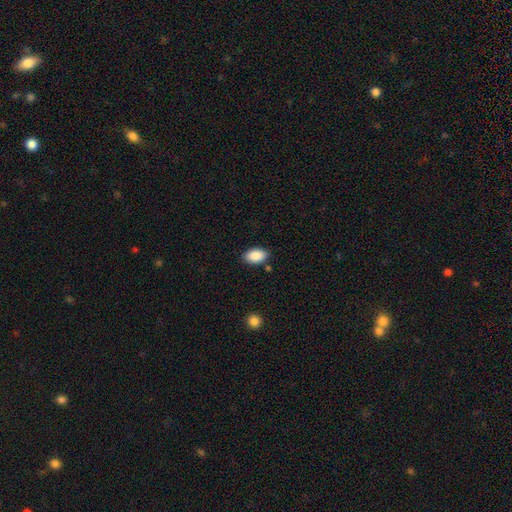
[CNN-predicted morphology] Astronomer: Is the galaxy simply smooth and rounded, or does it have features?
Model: smooth — 89%.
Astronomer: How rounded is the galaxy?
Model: in between — 92%.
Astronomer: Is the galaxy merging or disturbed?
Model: none — 85%.